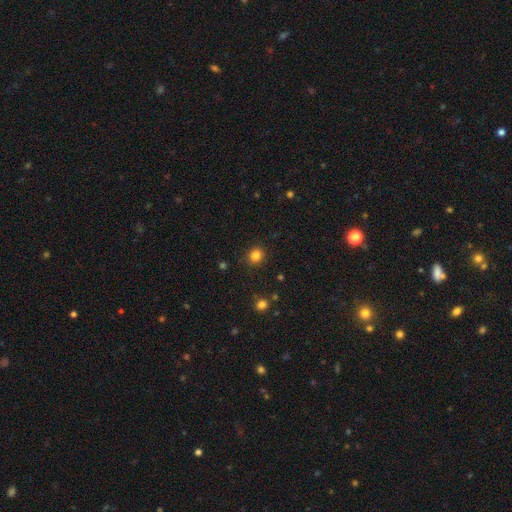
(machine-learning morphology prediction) Q: Smooth or featured?
A: smooth (82%); runner-up: star or artifact (13%)
Q: How rounded?
A: round (88%); runner-up: in between (11%)
Q: Merging?
A: none (89%); runner-up: minor disturbance (7%)